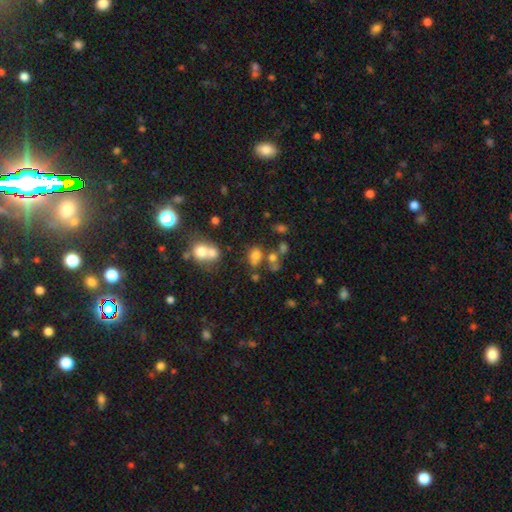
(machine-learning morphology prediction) A smooth galaxy with no disk features (68%) that is in between round and cigar-shaped (52%).

Vote fractions:
- Smooth or featured? smooth: 68% / star or artifact: 18% / featured or disk: 14%
- How rounded? in between: 52% / round: 47% / cigar-shaped: 1%
- Merging? none: 44% / merger: 36% / minor disturbance: 13% / major disturbance: 7%